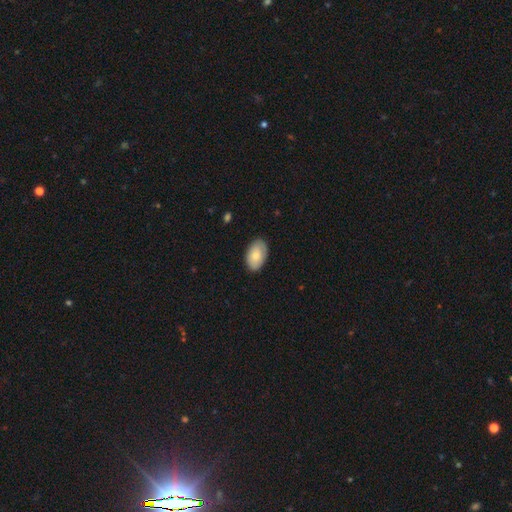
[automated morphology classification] Smooth or featured? smooth (79%)
How rounded? in between (93%)
Merging? none (85%)